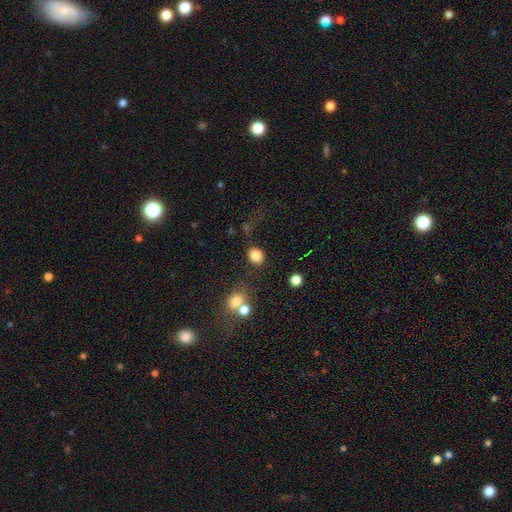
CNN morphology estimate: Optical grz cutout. It shows a smooth galaxy with no disk features (83%) that is round (57%). Merging: none (74%).